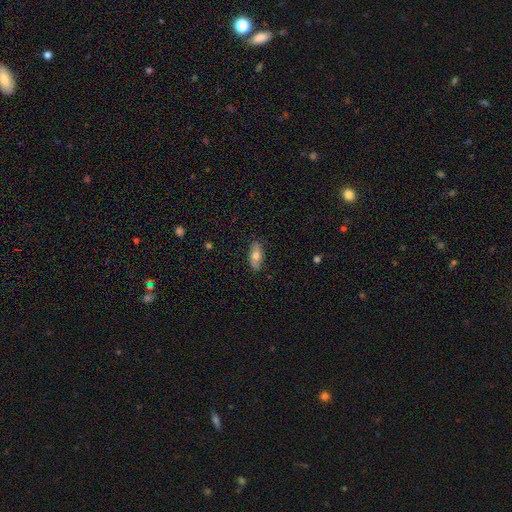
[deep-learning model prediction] A smooth galaxy with no disk features (65%) that is in between round and cigar-shaped (83%).

Vote fractions:
- Smooth or featured? smooth: 65% / featured or disk: 28% / star or artifact: 7%
- How rounded? in between: 83% / cigar-shaped: 13% / round: 4%
- Merging? none: 85% / minor disturbance: 12% / major disturbance: 2% / merger: 1%